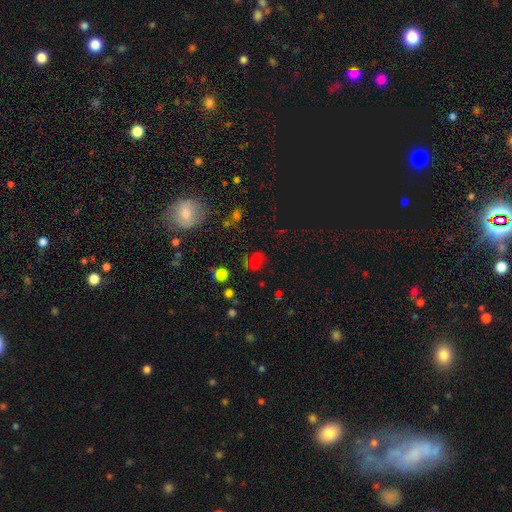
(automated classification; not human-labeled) smooth-or-featured: smooth: 49% | star or artifact: 31% | featured or disk: 20%
  merging: none: 62% | minor disturbance: 20% | major disturbance: 13% | merger: 5%